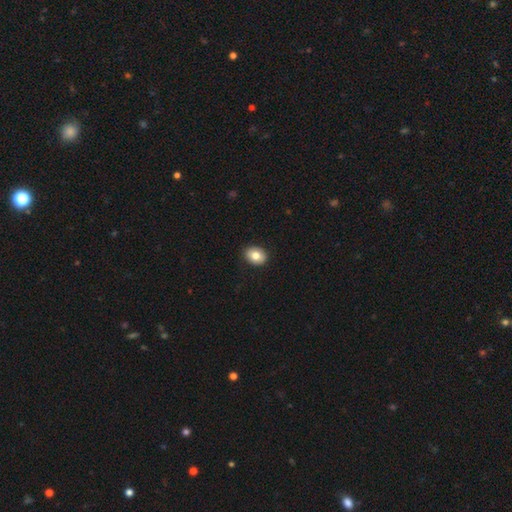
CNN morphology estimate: Smooth or featured? Predicted: smooth (p=0.81). How rounded? Predicted: in between (p=0.64). Merging? Predicted: none (p=0.90).